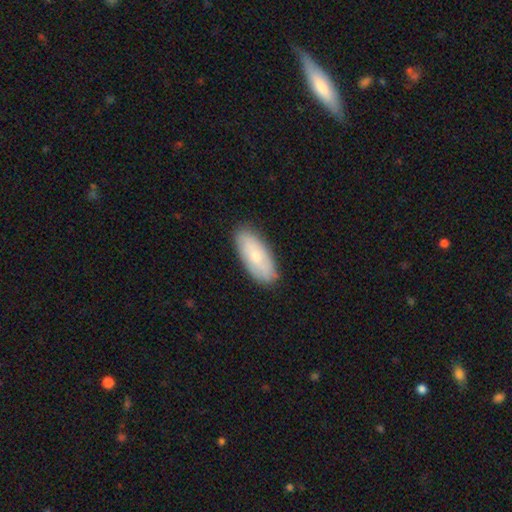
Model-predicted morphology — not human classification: smooth 64%, featured or disk 29%, star or artifact 6%. Down the decision tree: how rounded — in between (85%); merging — none (85%).